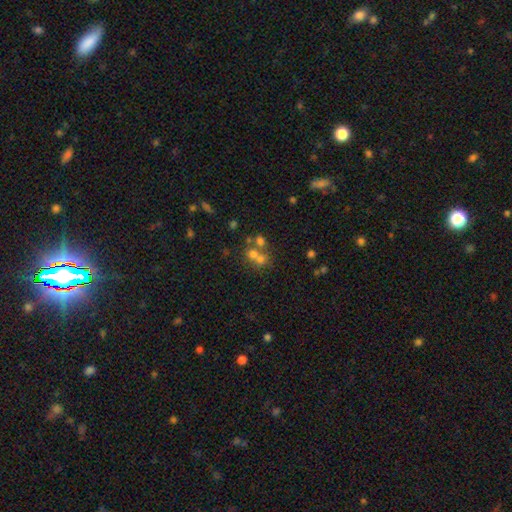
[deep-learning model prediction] A smooth galaxy with no disk features (57%) that is round (78%).

Vote fractions:
- Smooth or featured? smooth: 57% / featured or disk: 23% / star or artifact: 20%
- How rounded? round: 78% / in between: 21% / cigar-shaped: 1%
- Merging? merger: 53% / none: 36% / minor disturbance: 7% / major disturbance: 4%